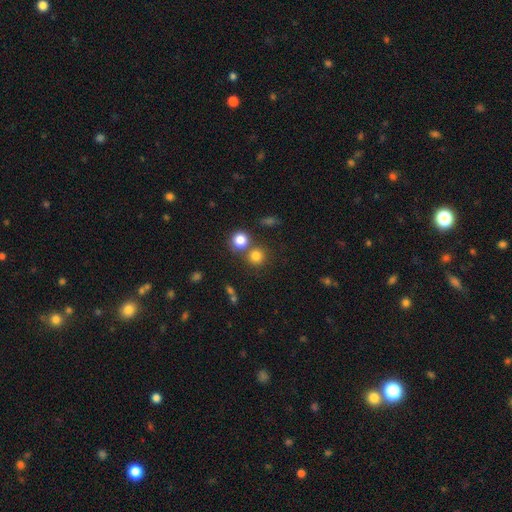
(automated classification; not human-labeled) Morphology: type=smooth (79%); roundness=round (89%); merging=none (66%).